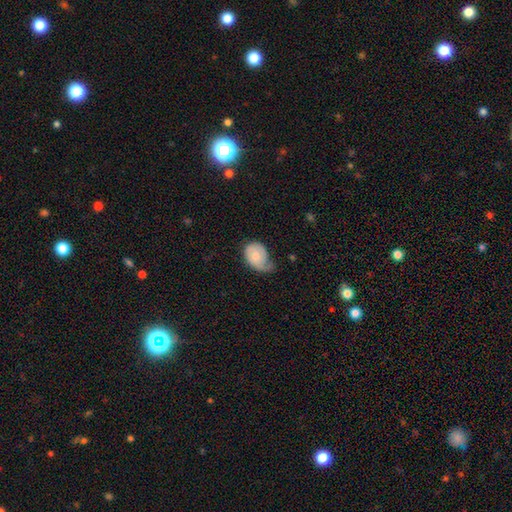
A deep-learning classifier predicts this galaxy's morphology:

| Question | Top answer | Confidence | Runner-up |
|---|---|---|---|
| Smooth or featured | smooth | 60% | featured or disk (34%) |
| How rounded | in between | 73% | round (26%) |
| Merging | minor disturbance | 45% | major disturbance (27%) |